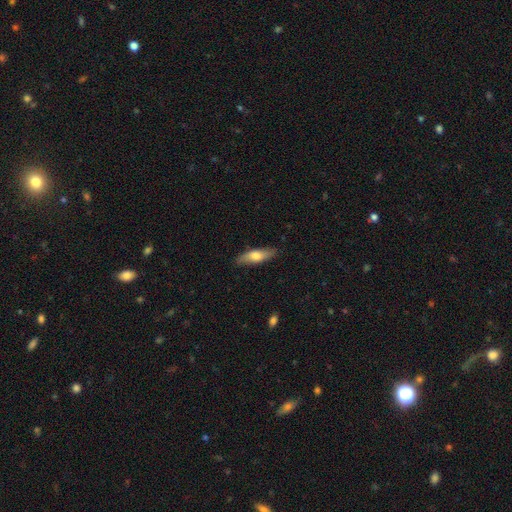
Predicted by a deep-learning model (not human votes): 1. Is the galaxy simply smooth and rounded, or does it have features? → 65% smooth, 29% featured or disk, 6% star or artifact.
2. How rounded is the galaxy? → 52% cigar-shaped, 46% in between, 2% round.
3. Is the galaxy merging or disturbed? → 85% none, 12% minor disturbance, 2% major disturbance, 1% merger.